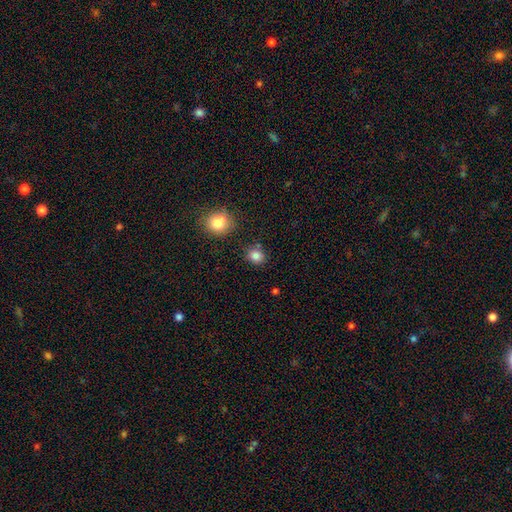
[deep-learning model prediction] Smooth or featured: smooth — 84% (star or artifact — 11%)
How rounded: round — 72% (in between — 27%)
Merging: none — 79% (minor disturbance — 11%)